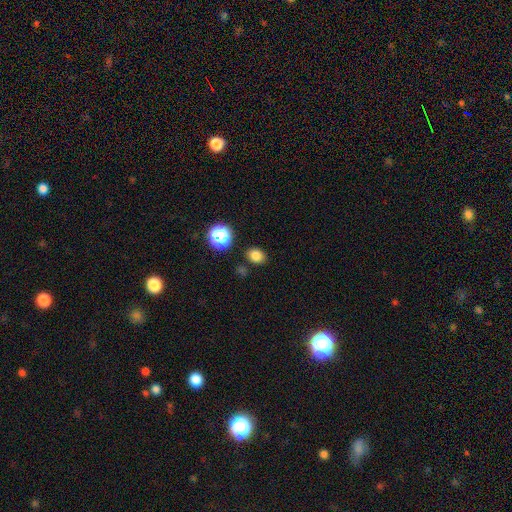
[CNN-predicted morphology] Q: Smooth or featured?
A: smooth (80%); runner-up: star or artifact (15%)
Q: How rounded?
A: in between (52%); runner-up: round (47%)
Q: Merging?
A: none (83%); runner-up: minor disturbance (10%)